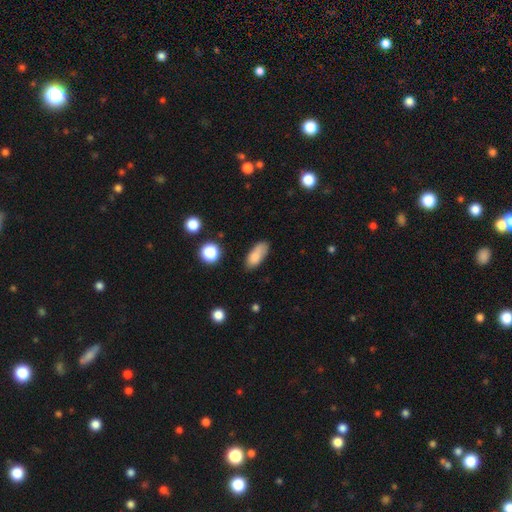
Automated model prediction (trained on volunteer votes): Overall: smooth (81%). How rounded: in between (82%). Merging: none (68%).